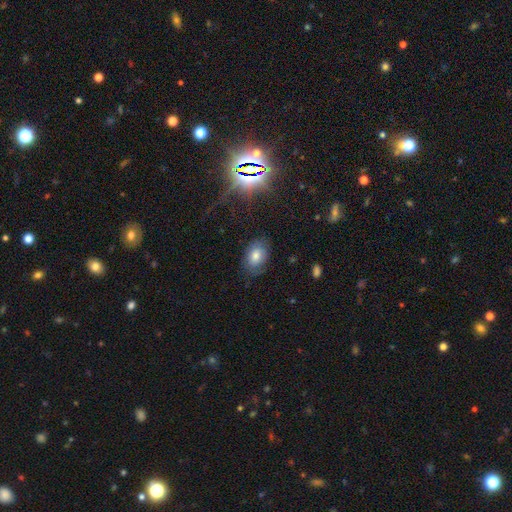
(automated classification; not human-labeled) Smooth or featured?
  - smooth: 66% *
  - featured or disk: 22%
  - star or artifact: 12%
How rounded?
  - in between: 82% *
  - round: 17%
  - cigar-shaped: 1%
Merging?
  - none: 72% *
  - minor disturbance: 19%
  - major disturbance: 7%
  - merger: 1%